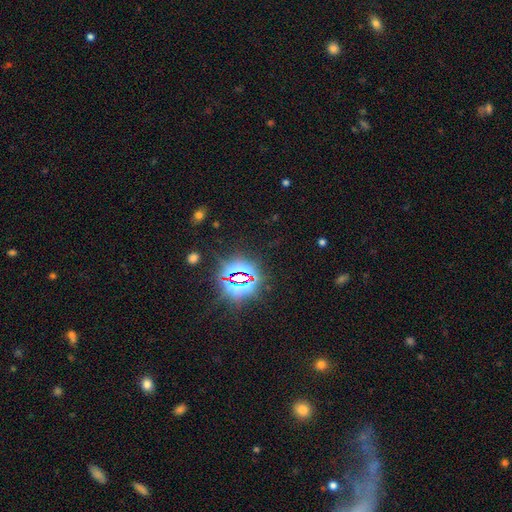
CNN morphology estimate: Smooth or featured? Predicted: star or artifact (p=0.81).